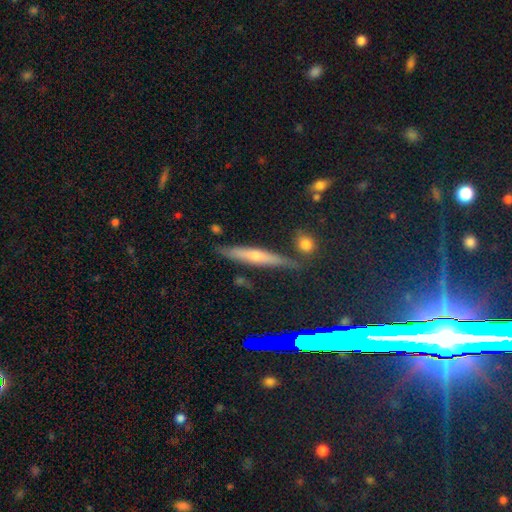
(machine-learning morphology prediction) Q: Smooth or featured?
A: featured or disk (56%); runner-up: smooth (24%)
Q: Edge-on disk?
A: yes (89%); runner-up: no (11%)
Q: Edge-on bulge?
A: rounded (81%); runner-up: none (13%)
Q: Merging?
A: none (81%); runner-up: minor disturbance (13%)